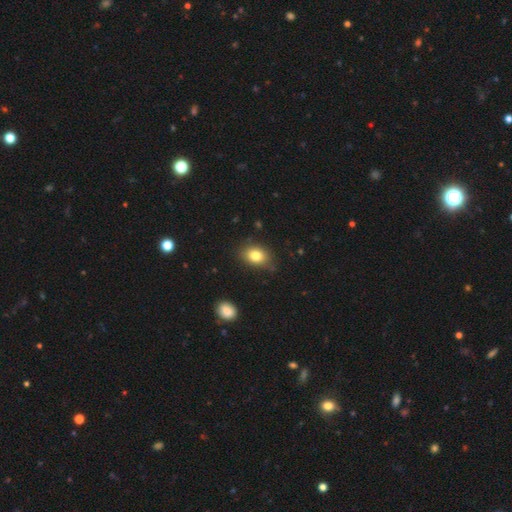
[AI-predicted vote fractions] Q: Smooth or featured?
A: smooth (82%); runner-up: star or artifact (10%)
Q: How rounded?
A: in between (72%); runner-up: round (27%)
Q: Merging?
A: none (79%); runner-up: minor disturbance (16%)